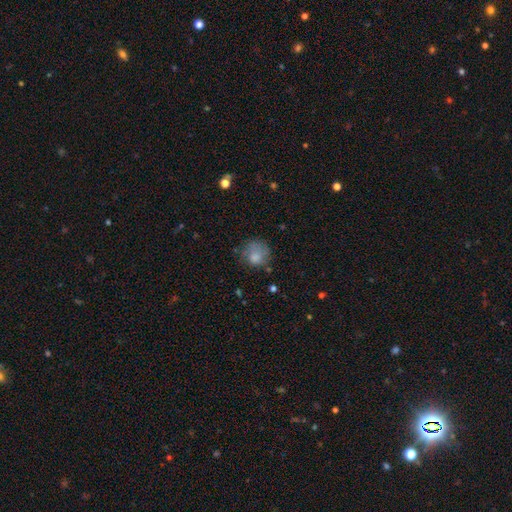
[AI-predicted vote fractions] A smooth galaxy with no disk features (76%) that is round (81%).

Vote fractions:
- Smooth or featured? smooth: 76% / featured or disk: 15% / star or artifact: 9%
- How rounded? round: 81% / in between: 18% / cigar-shaped: 1%
- Merging? none: 54% / minor disturbance: 27% / major disturbance: 16% / merger: 3%